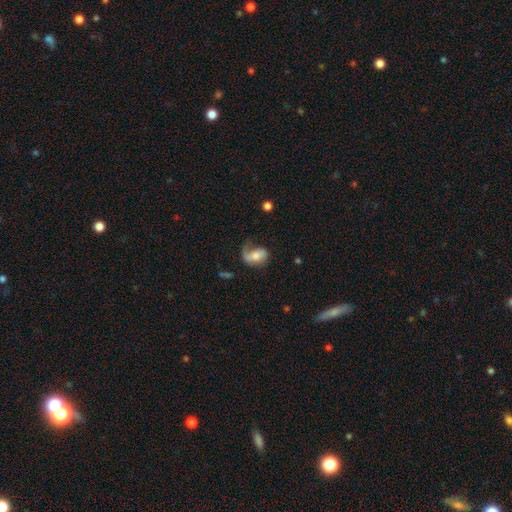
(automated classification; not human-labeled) Smooth or featured: smooth — 46% (tied with featured or disk — 46%)
Merging: none — 36% (major disturbance — 33%)